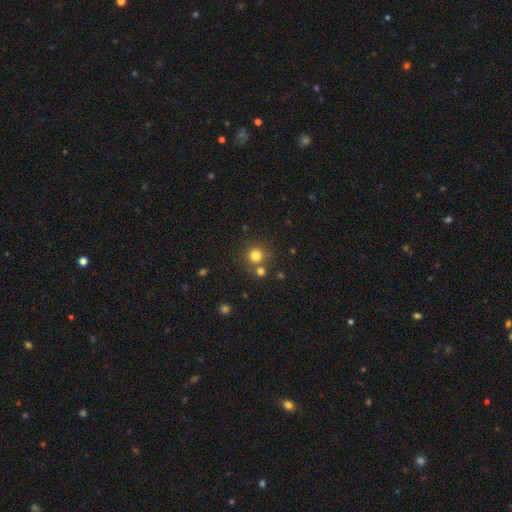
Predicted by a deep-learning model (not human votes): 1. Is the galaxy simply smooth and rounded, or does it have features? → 78% smooth, 15% star or artifact, 7% featured or disk.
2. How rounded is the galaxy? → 93% round, 6% in between, 1% cigar-shaped.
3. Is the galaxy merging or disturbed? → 72% none, 16% merger, 8% minor disturbance, 3% major disturbance.